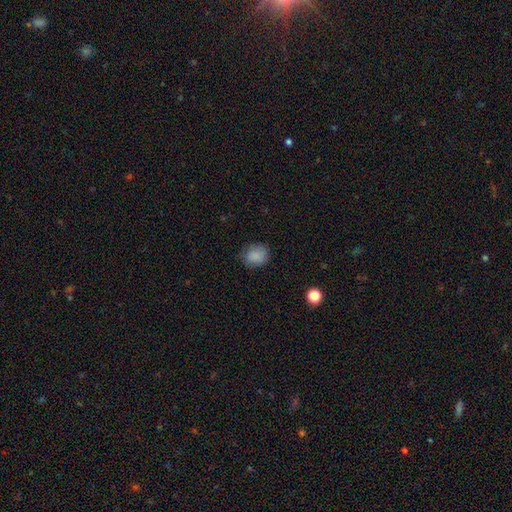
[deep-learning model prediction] This is clearly a smooth galaxy (85%). How rounded: likely round (61%). Merging: likely none (76%).